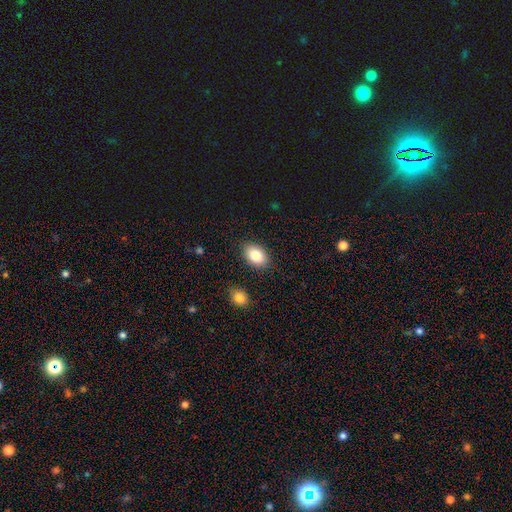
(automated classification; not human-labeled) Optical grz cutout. It shows a smooth galaxy with no disk features (84%) that is in between round and cigar-shaped (88%). Merging: none (86%).